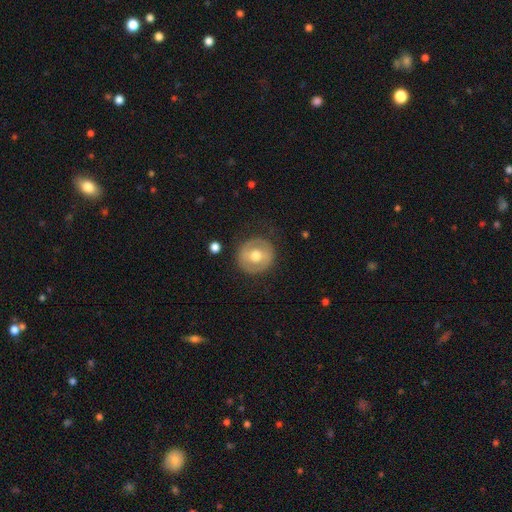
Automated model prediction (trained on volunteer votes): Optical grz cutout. It shows a featured or disk galaxy (48%). Merging: none (83%).